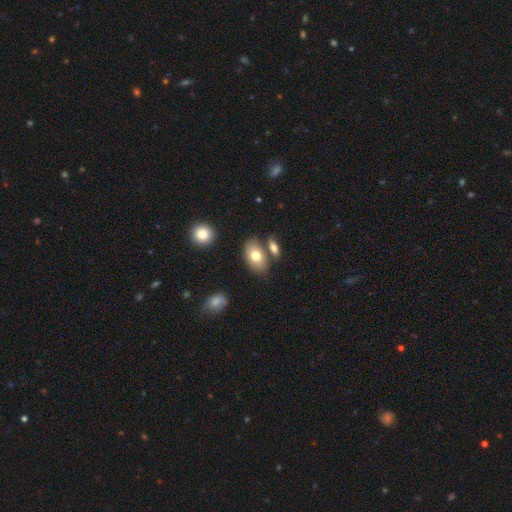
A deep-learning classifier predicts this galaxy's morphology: type=smooth (75%); roundness=in between (90%); merging=none (67%).